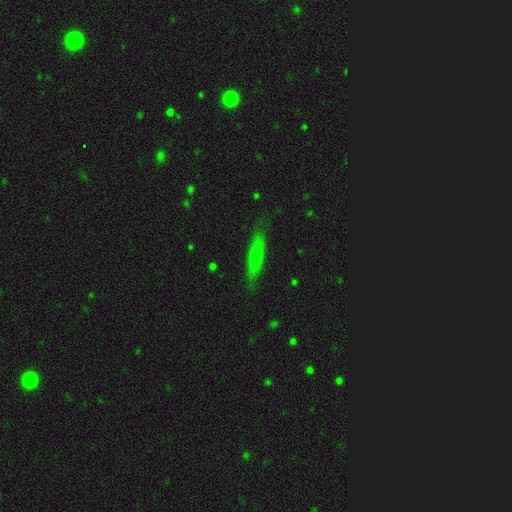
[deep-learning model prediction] A smooth galaxy with no disk features (64%) that is cigar-shaped (78%).

Vote fractions:
- Smooth or featured? smooth: 64% / featured or disk: 28% / star or artifact: 7%
- How rounded? cigar-shaped: 78% / in between: 20% / round: 2%
- Merging? none: 83% / minor disturbance: 13% / major disturbance: 3% / merger: 1%